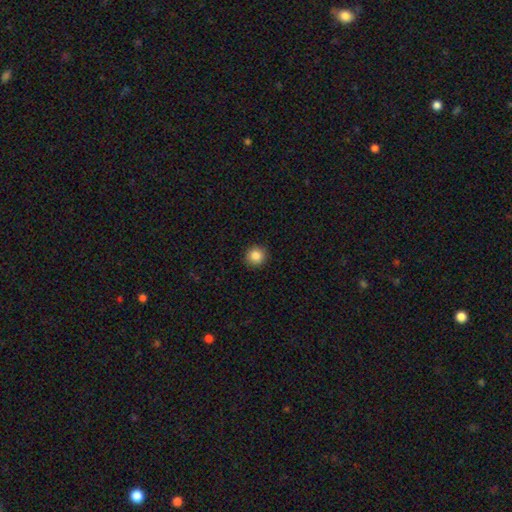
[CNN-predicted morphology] type=smooth (86%); roundness=round (93%); merging=none (92%).